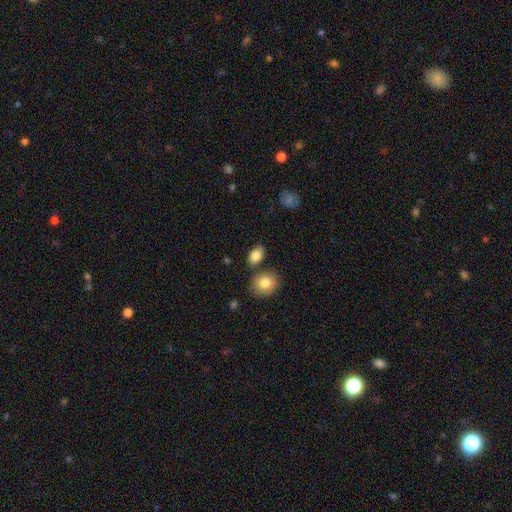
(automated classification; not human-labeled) A smooth galaxy with no disk features (85%) that is in between round and cigar-shaped (84%).

Vote fractions:
- Smooth or featured? smooth: 85% / star or artifact: 8% / featured or disk: 7%
- How rounded? in between: 84% / round: 14% / cigar-shaped: 2%
- Merging? none: 75% / merger: 11% / minor disturbance: 11% / major disturbance: 3%